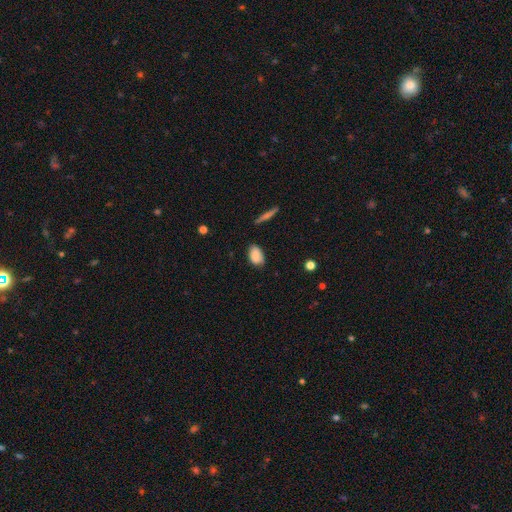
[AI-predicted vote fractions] Smooth or featured?
  - smooth: 84% *
  - featured or disk: 8%
  - star or artifact: 7%
How rounded?
  - in between: 91% *
  - round: 7%
  - cigar-shaped: 2%
Merging?
  - none: 77% *
  - minor disturbance: 18%
  - major disturbance: 3%
  - merger: 2%